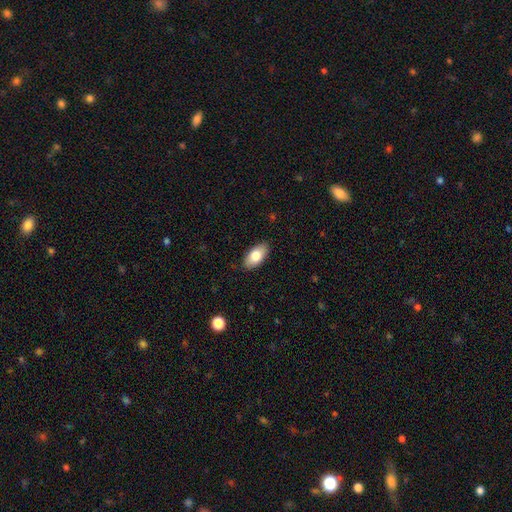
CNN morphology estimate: A smooth galaxy with no disk features (80%) that is in between round and cigar-shaped (93%).

Vote fractions:
- Smooth or featured? smooth: 80% / featured or disk: 14% / star or artifact: 6%
- How rounded? in between: 93% / cigar-shaped: 4% / round: 3%
- Merging? none: 88% / minor disturbance: 9% / major disturbance: 2% / merger: 1%